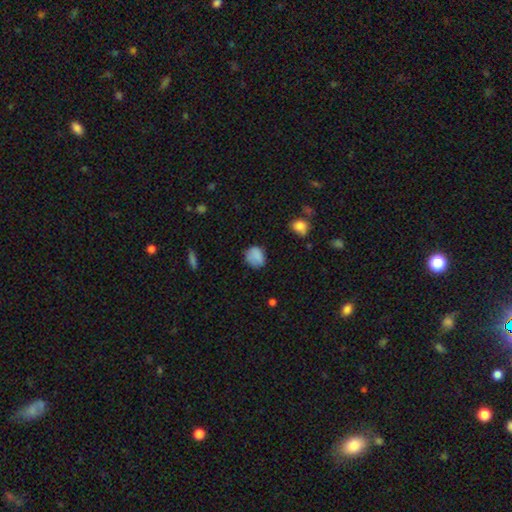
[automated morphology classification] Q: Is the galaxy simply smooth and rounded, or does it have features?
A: smooth — 83%.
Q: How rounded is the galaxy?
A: round — 58%.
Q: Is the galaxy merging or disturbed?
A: none — 67%.